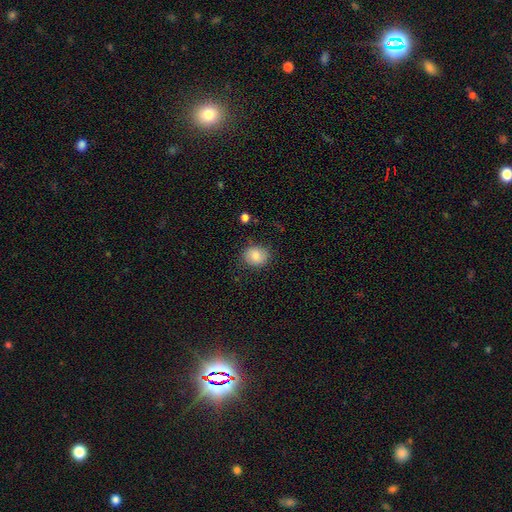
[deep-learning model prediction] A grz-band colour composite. It shows a smooth galaxy with no disk features (80%) that is round (65%). Merging: none (79%).